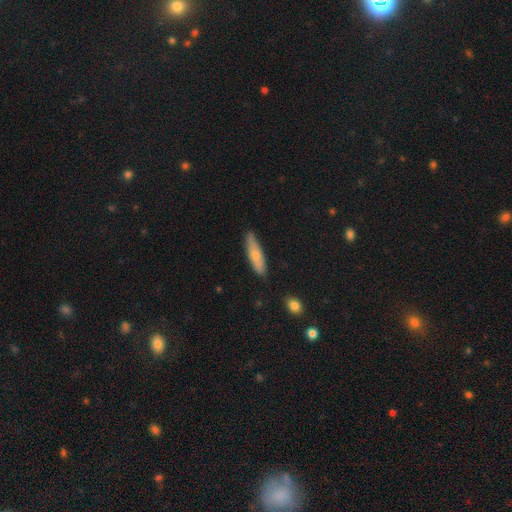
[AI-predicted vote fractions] The model was most divided on "smooth or featured": smooth: 65%, featured or disk: 29%, star or artifact: 6%. More confident: merging — none (84%); how rounded — cigar-shaped (73%).